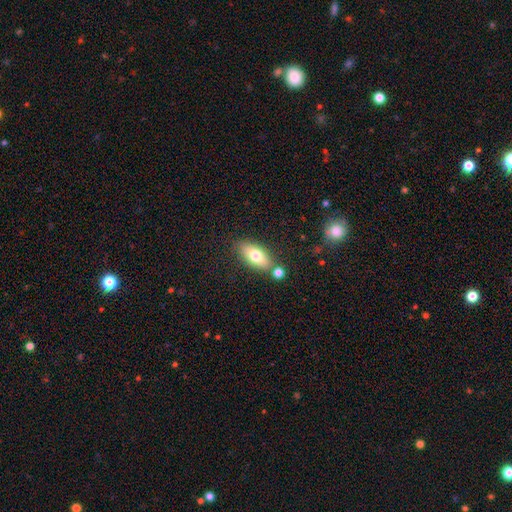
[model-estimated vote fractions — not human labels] Morphology: type=smooth (71%); roundness=in between (83%); merging=none (73%).